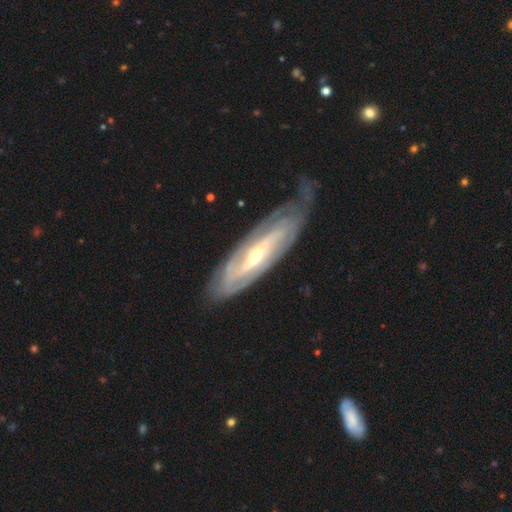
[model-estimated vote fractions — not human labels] featured or disk 85%, smooth 10%, star or artifact 5%. Down the decision tree: edge-on disk — no (82%); bar — weak (36%); spiral arms — yes (93%); spiral arm count — 2 (40%); spiral winding — tight (64%); bulge size — small (51%); merging — none (63%).